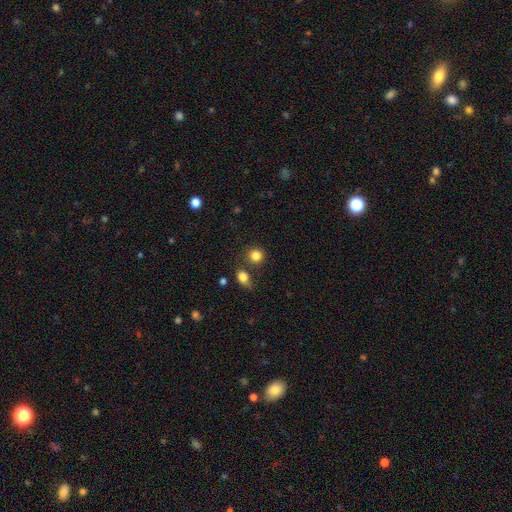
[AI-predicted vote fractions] This is clearly a smooth galaxy (84%). How rounded: clearly round (87%). Merging: likely none (72%).